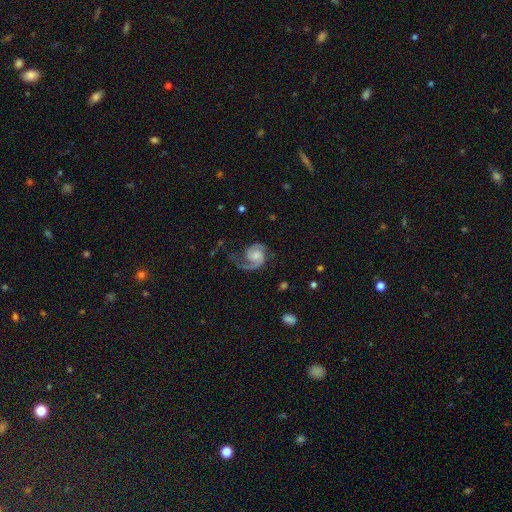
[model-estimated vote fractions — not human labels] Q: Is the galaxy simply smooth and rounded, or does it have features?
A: featured or disk — 87%.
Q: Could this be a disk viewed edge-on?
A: no — 98%.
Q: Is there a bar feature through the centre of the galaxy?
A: no — 64%.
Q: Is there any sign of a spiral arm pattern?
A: yes — 98%.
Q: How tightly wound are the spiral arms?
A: medium — 48%.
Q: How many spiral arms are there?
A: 2 — 69%.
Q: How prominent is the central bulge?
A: small — 40%.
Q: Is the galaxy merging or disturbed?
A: none — 58%.